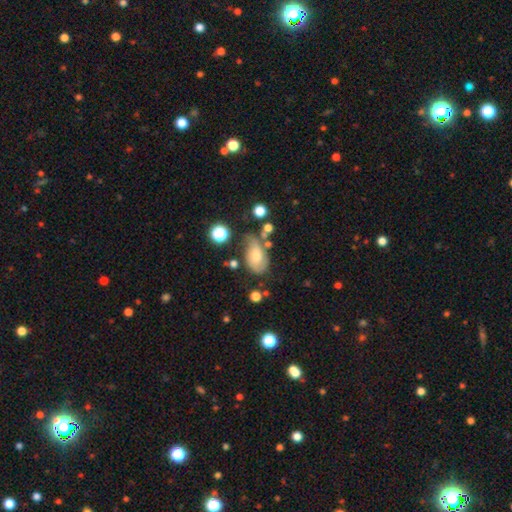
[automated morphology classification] Smooth or featured: smooth — 51% (featured or disk — 38%)
How rounded: in between — 88% (round — 9%)
Merging: none — 44% (minor disturbance — 30%)